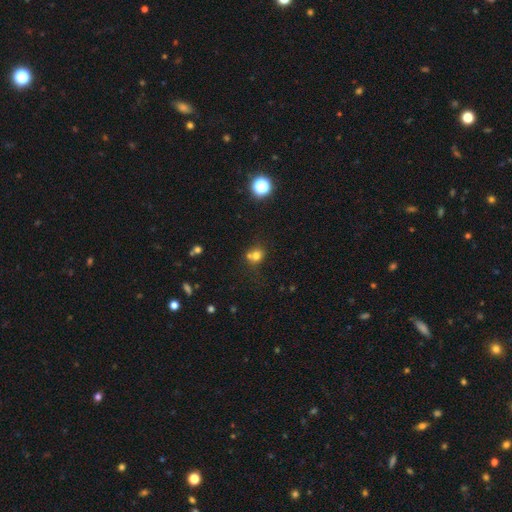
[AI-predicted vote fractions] Smooth or featured? Predicted: smooth (p=0.71). How rounded? Predicted: round (p=0.79). Merging? Predicted: none (p=0.50).